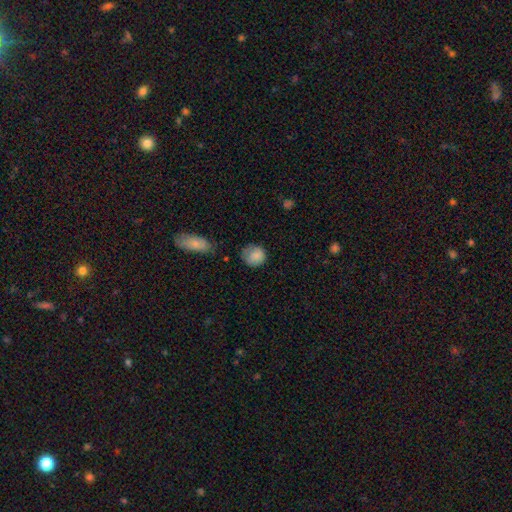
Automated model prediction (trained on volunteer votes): Smooth or featured: smooth — 85% (star or artifact — 8%)
How rounded: round — 81% (in between — 18%)
Merging: none — 63% (minor disturbance — 27%)